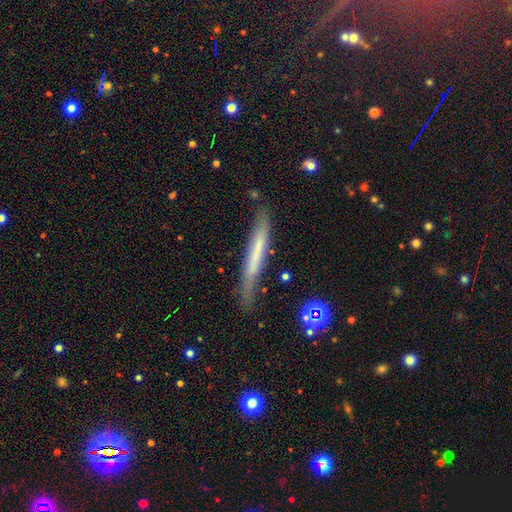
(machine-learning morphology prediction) This is possibly a smooth galaxy (51%). How rounded: clearly cigar-shaped (95%). Merging: likely none (69%).